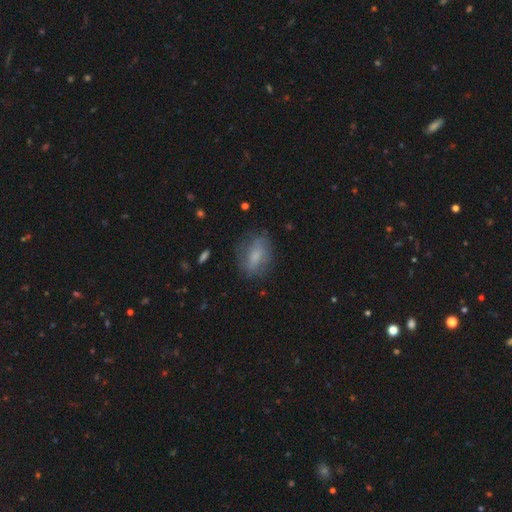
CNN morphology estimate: Q: Smooth or featured?
A: smooth (67%); runner-up: featured or disk (25%)
Q: How rounded?
A: in between (79%); runner-up: round (14%)
Q: Merging?
A: none (69%); runner-up: minor disturbance (21%)